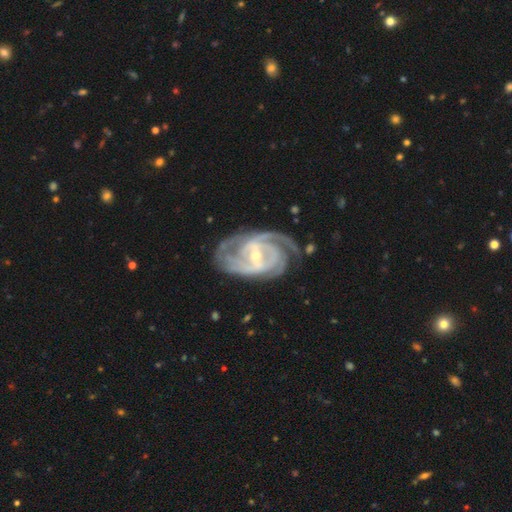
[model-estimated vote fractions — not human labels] The model was most divided on "bar" (2-way tie): weak: 42%, strong: 42%, no: 16%. Remaining: spiral arms — yes (98%); edge-on disk — no (97%); smooth or featured — featured or disk (92%); merging — none (67%); bulge size — small (60%); spiral winding — tight (58%); spiral arm count — 2 (31%).